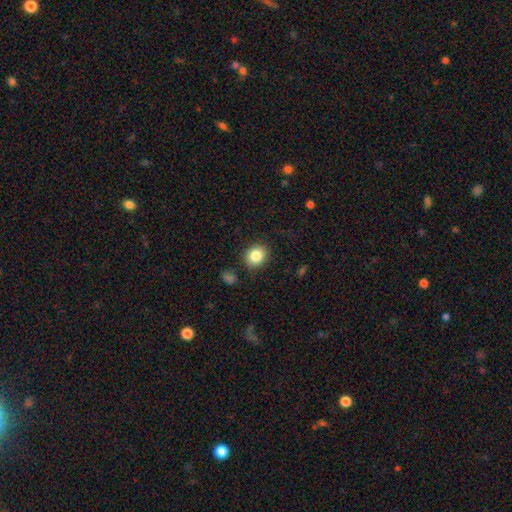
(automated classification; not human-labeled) This appears to be a smooth galaxy with no disk features (84%) that is round (73%). Merging: none (86%).